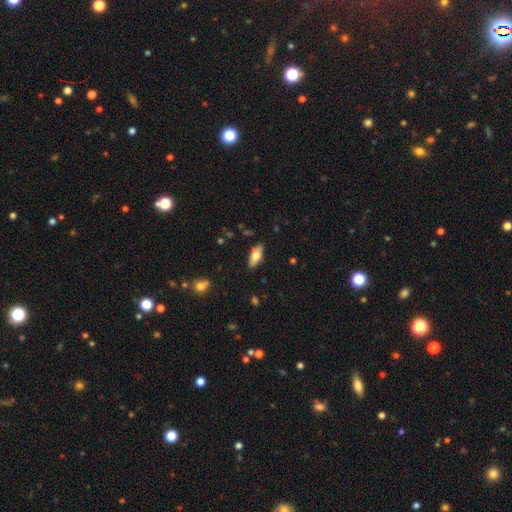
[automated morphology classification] Overall: smooth (69%). How rounded: in between (82%). Merging: none (86%).